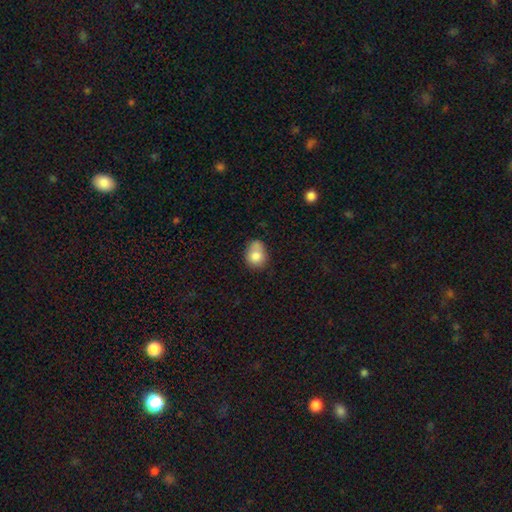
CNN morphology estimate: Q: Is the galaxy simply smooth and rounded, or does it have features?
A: smooth — 80%.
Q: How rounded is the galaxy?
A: round — 55%.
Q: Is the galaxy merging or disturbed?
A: none — 44%.